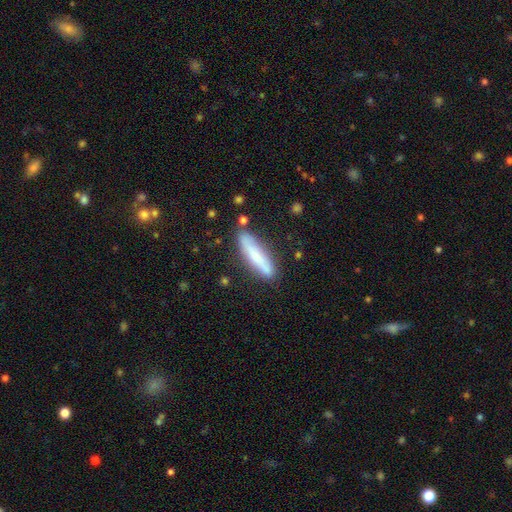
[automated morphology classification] smooth_or_featured: smooth (p=0.63) [alt: featured or disk p=0.31]
how_rounded: cigar-shaped (p=0.82) [alt: in between p=0.17]
merging: none (p=0.81) [alt: minor disturbance p=0.13]